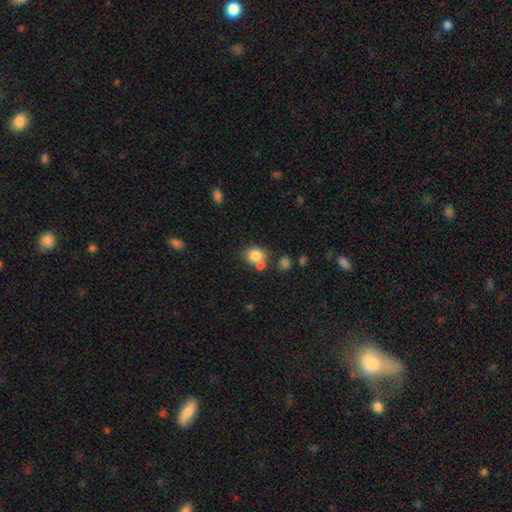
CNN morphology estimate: A smooth galaxy with no disk features (82%) that is round (68%). Merging: none (52%).